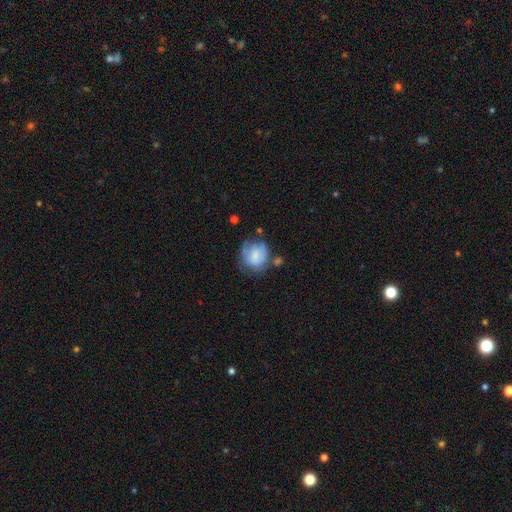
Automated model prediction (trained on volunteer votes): Morphology: type=smooth (62%); roundness=round (69%); merging=none (45%).